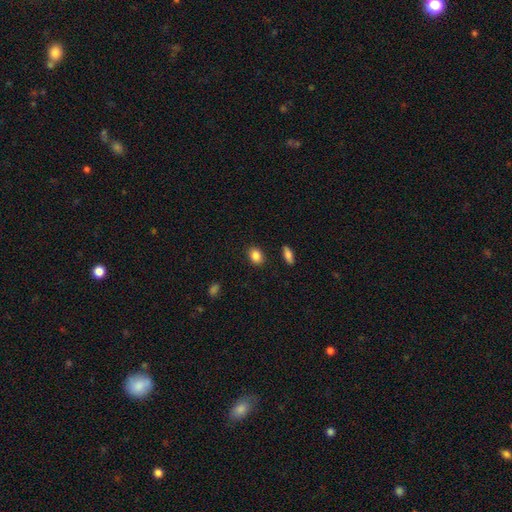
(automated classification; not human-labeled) A smooth galaxy with no disk features (86%) that is in between round and cigar-shaped (68%). Merging: none (87%).